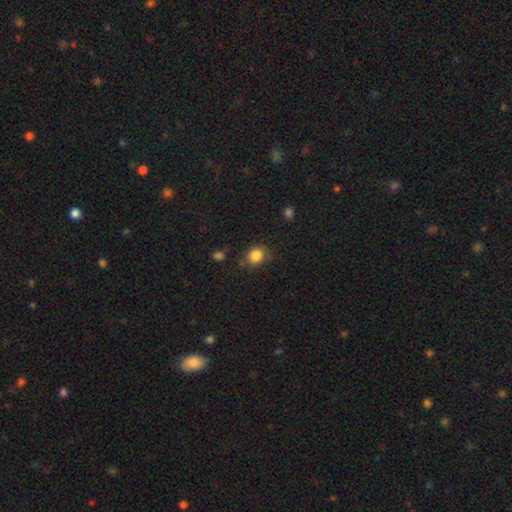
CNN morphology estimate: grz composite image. It shows a smooth galaxy with no disk features (85%) that is round (75%). Merging: none (77%).